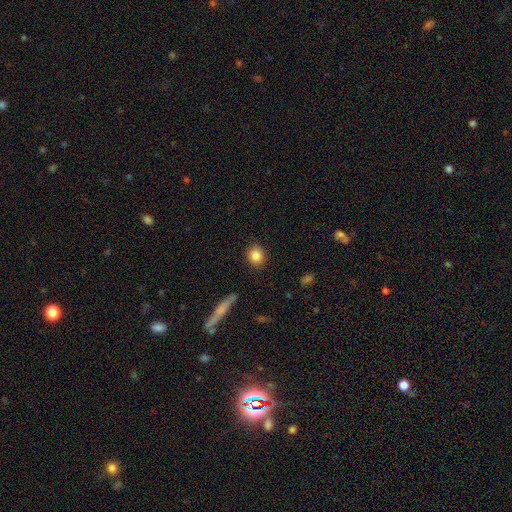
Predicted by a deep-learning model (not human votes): Smooth or featured: smooth — 85% (star or artifact — 9%)
How rounded: round — 76% (in between — 22%)
Merging: none — 89% (minor disturbance — 7%)